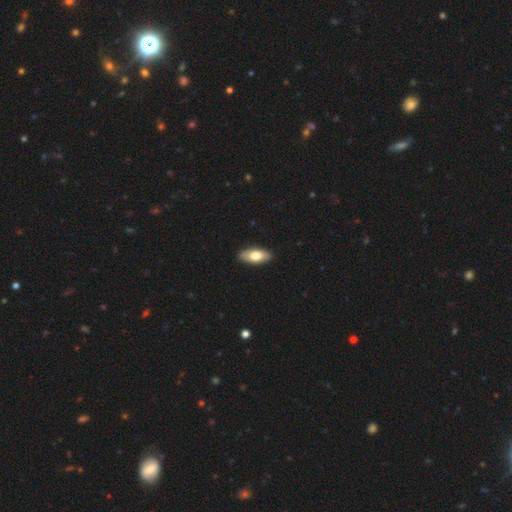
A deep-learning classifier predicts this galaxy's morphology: Overall: smooth (75%). How rounded: in between (84%). Merging: none (90%).